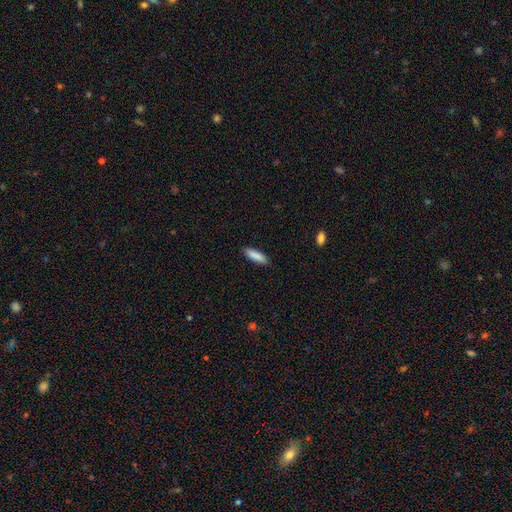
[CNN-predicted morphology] smooth-or-featured: smooth: 88% | featured or disk: 6% | star or artifact: 6%
  how-rounded: cigar-shaped: 62% | in between: 37% | round: 1%
  merging: none: 89% | minor disturbance: 8% | major disturbance: 2% | merger: 1%